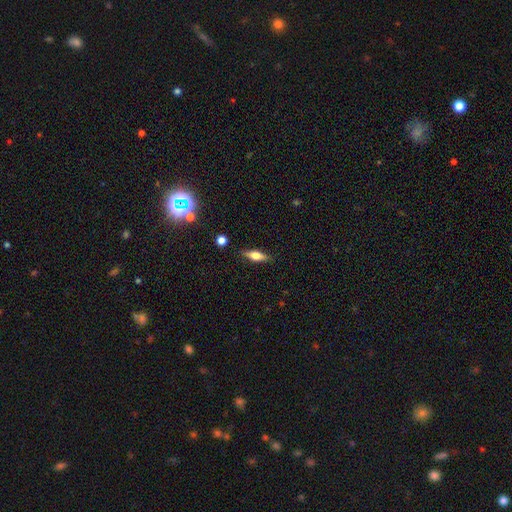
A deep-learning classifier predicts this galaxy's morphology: smooth_or_featured: featured or disk (p=0.46) [alt: smooth p=0.45]
merging: none (p=0.87) [alt: minor disturbance p=0.09]